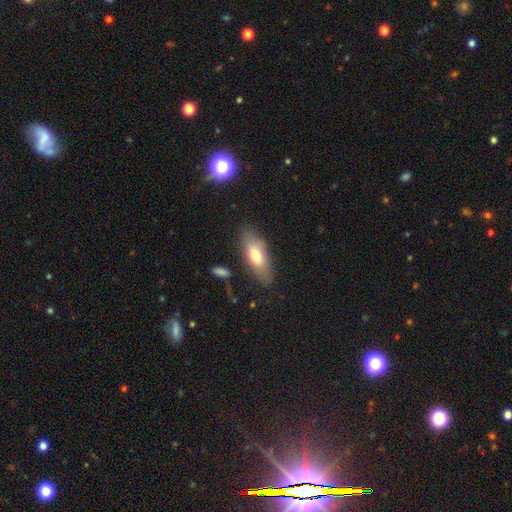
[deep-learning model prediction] A smooth galaxy with no disk features (73%) that is in between round and cigar-shaped (73%).

Vote fractions:
- Smooth or featured? smooth: 73% / featured or disk: 20% / star or artifact: 7%
- How rounded? in between: 73% / cigar-shaped: 24% / round: 2%
- Merging? none: 79% / minor disturbance: 14% / major disturbance: 4% / merger: 3%